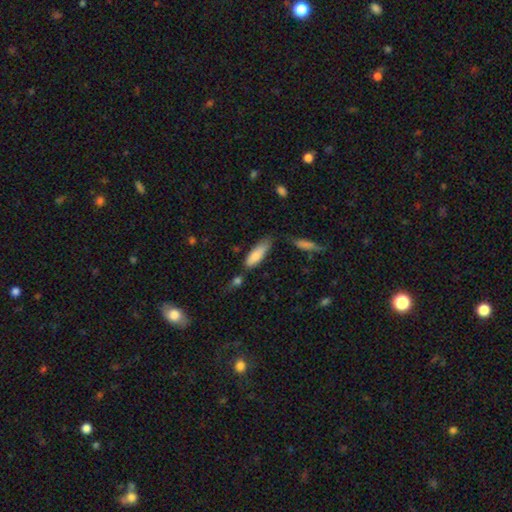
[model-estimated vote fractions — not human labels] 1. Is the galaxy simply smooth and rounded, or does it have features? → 80% smooth, 13% featured or disk, 7% star or artifact.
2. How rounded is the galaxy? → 54% in between, 44% cigar-shaped, 2% round.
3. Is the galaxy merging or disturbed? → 52% none, 28% minor disturbance, 11% merger, 8% major disturbance.